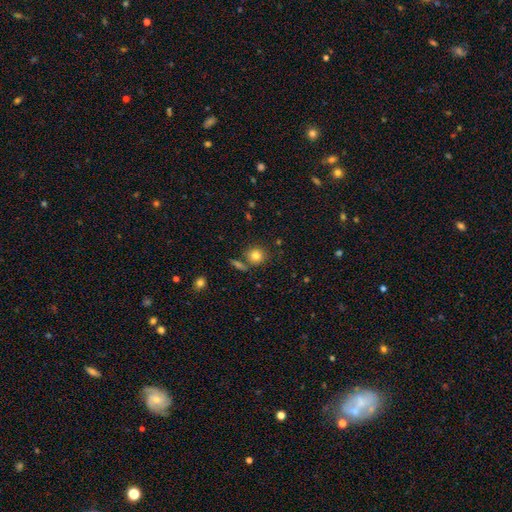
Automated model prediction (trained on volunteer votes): Q: Smooth or featured?
A: smooth (81%); runner-up: star or artifact (11%)
Q: How rounded?
A: round (87%); runner-up: in between (12%)
Q: Merging?
A: none (73%); runner-up: merger (13%)